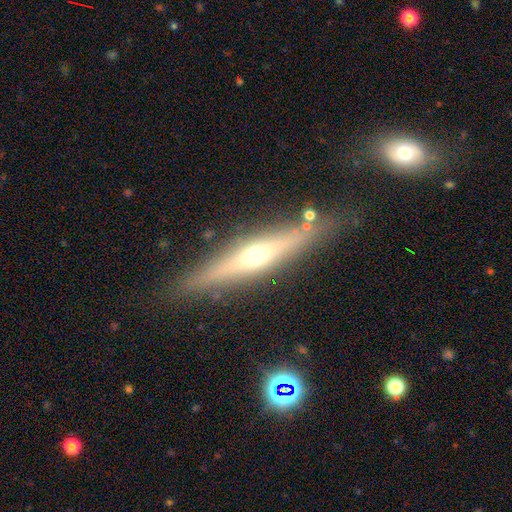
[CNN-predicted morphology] The model was most divided on "smooth or featured": featured or disk: 66%, smooth: 26%, star or artifact: 8%. More confident: edge-on disk — yes (93%); edge-on bulge — rounded (84%); merging — none (81%).